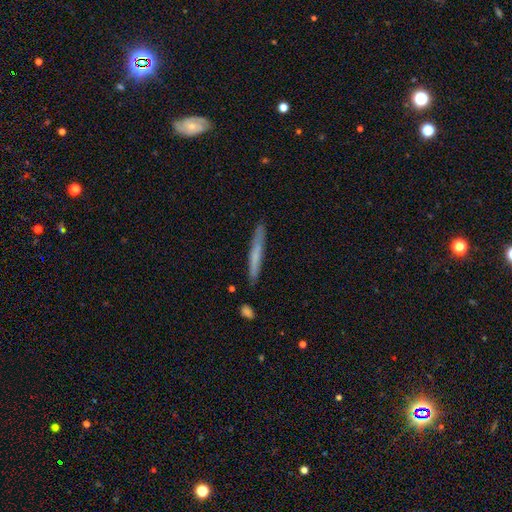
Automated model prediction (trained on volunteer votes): The model was most divided on "smooth or featured": smooth: 60%, featured or disk: 34%, star or artifact: 6%. More confident: how rounded — cigar-shaped (96%); merging — none (87%).